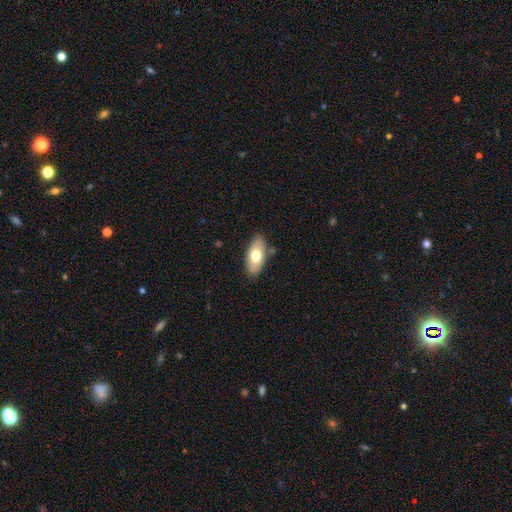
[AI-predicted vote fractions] Smooth or featured? Predicted: smooth (p=0.70). How rounded? Predicted: in between (p=0.89). Merging? Predicted: none (p=0.84).